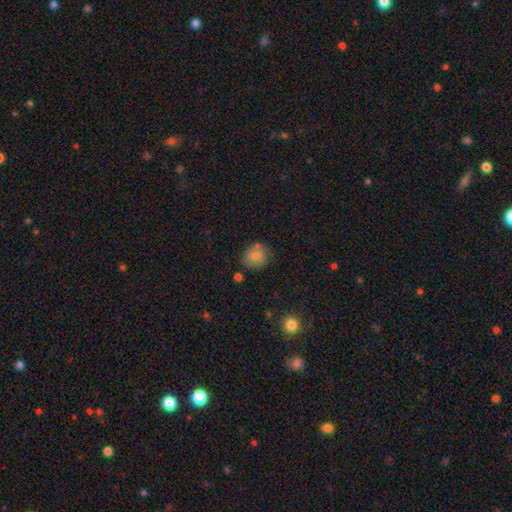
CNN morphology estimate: This appears to be a smooth galaxy with no disk features (79%) that is round (81%). Merging: none (73%).